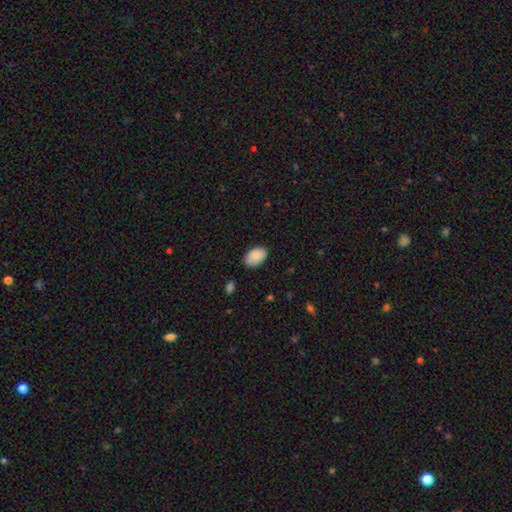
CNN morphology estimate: Q: Smooth or featured?
A: smooth (87%); runner-up: star or artifact (7%)
Q: How rounded?
A: in between (91%); runner-up: round (8%)
Q: Merging?
A: none (79%); runner-up: minor disturbance (17%)